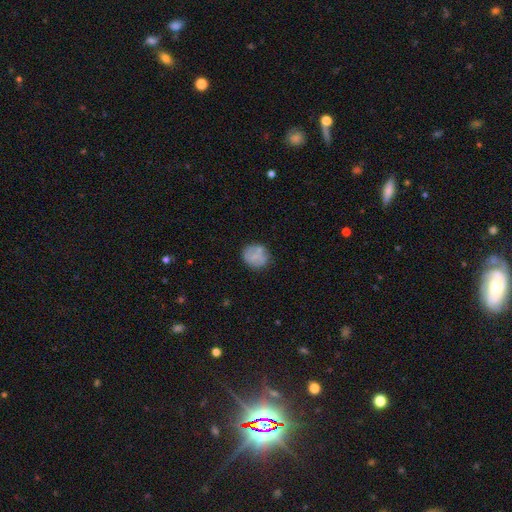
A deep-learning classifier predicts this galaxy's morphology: This appears to be a smooth galaxy with no disk features (69%) that is round (80%). Merging: none (68%).